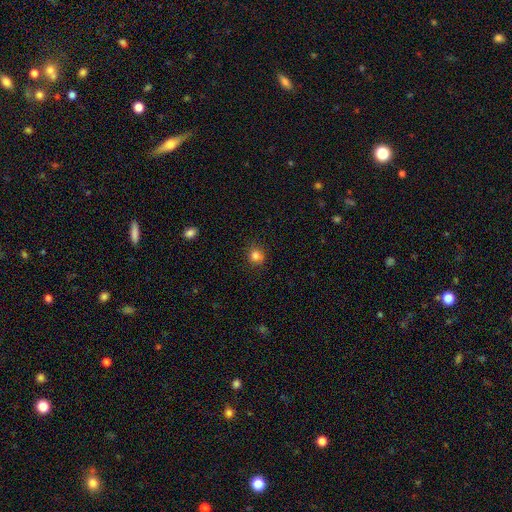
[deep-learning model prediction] A smooth galaxy with no disk features (82%) that is round (87%).

Vote fractions:
- Smooth or featured? smooth: 82% / star or artifact: 12% / featured or disk: 5%
- How rounded? round: 87% / in between: 12% / cigar-shaped: 1%
- Merging? none: 86% / minor disturbance: 10% / major disturbance: 3% / merger: 1%